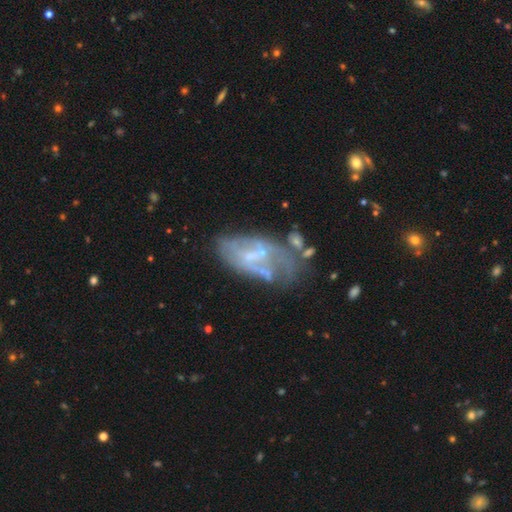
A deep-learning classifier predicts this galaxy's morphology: smooth_or_featured: featured or disk (p=0.70) [alt: smooth p=0.19]
disk_edge_on: no (p=0.94) [alt: yes p=0.06]
bar: no (p=0.53) [alt: weak p=0.35]
has_spiral_arms: no (p=0.55) [alt: yes p=0.45]
bulge_size: small (p=0.59) [alt: none p=0.24]
merging: none (p=0.33) [alt: major disturbance p=0.27]